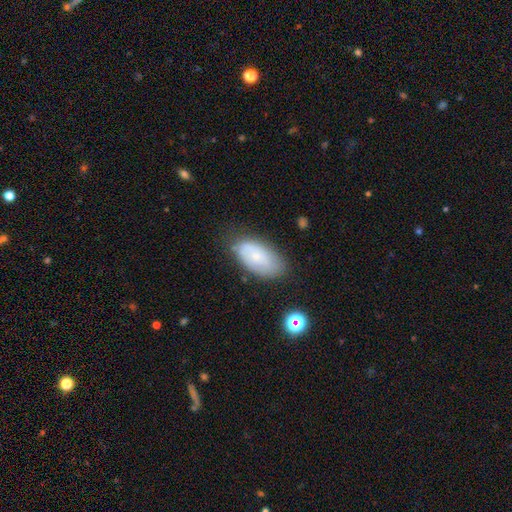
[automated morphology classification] smooth-or-featured: smooth: 66% | featured or disk: 26% | star or artifact: 9%
  how-rounded: in between: 93% | round: 4% | cigar-shaped: 3%
  merging: none: 65% | minor disturbance: 25% | major disturbance: 7% | merger: 3%